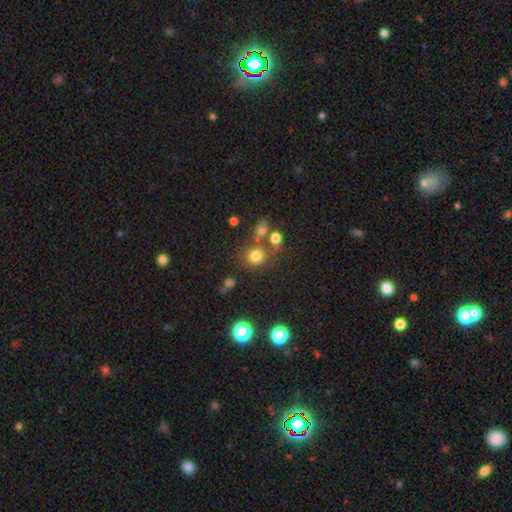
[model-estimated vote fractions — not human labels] This appears to be a smooth galaxy with no disk features (75%) that is round (84%). Merging: none (64%).